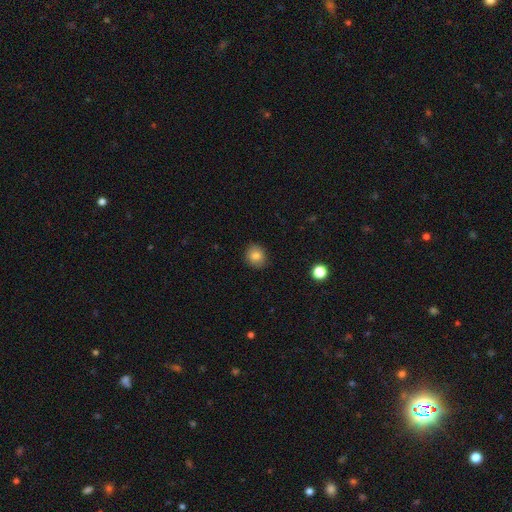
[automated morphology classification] This is clearly a smooth galaxy (82%). How rounded: likely round (80%). Merging: clearly none (89%).